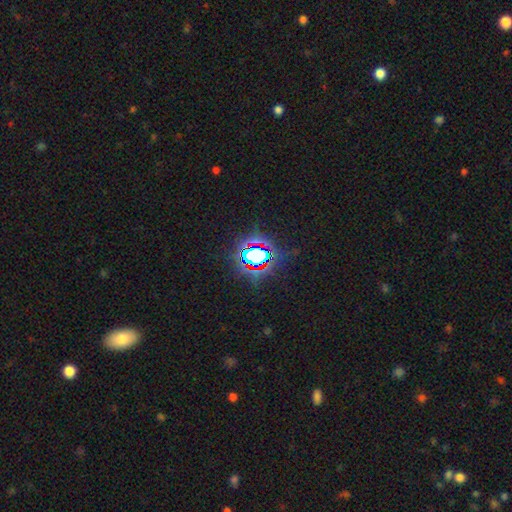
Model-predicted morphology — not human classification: Smooth or featured: star or artifact — 74% (smooth — 15%)